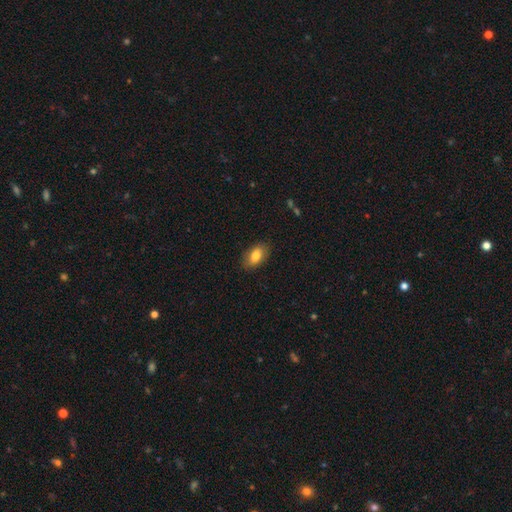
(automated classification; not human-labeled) Overall: smooth (82%). How rounded: in between (91%). Merging: none (86%).